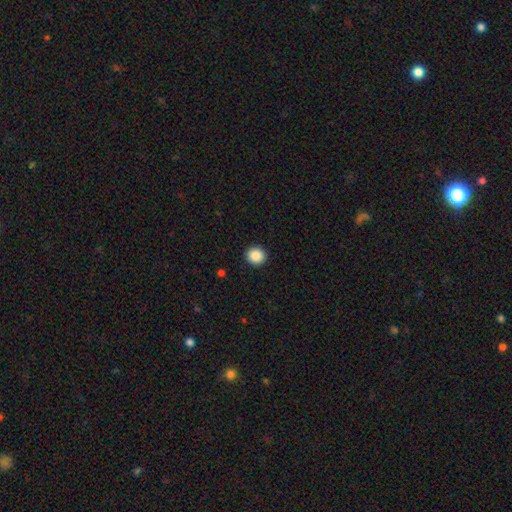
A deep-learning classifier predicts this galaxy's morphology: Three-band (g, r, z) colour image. It shows a smooth galaxy with no disk features (88%) that is round (92%). Merging: none (93%).